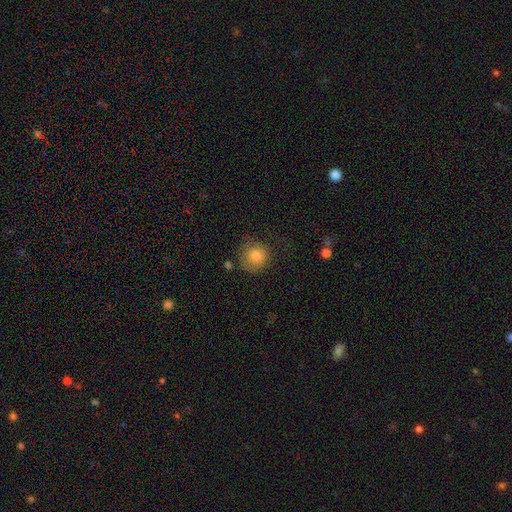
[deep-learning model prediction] Morphology: type=smooth (81%); roundness=round (89%); merging=none (63%).